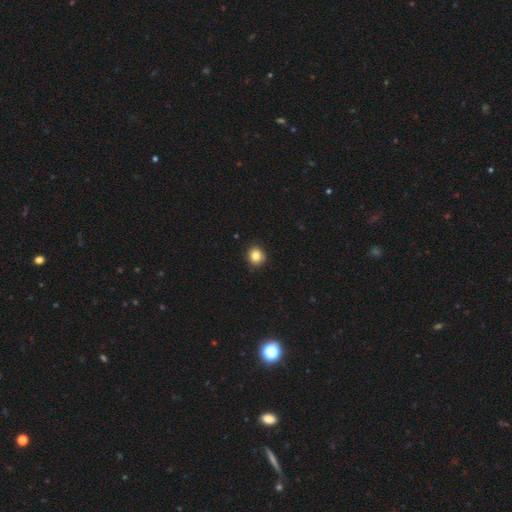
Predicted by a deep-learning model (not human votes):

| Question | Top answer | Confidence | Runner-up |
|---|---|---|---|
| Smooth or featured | smooth | 84% | star or artifact (11%) |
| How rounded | round | 88% | in between (11%) |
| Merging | none | 88% | minor disturbance (9%) |